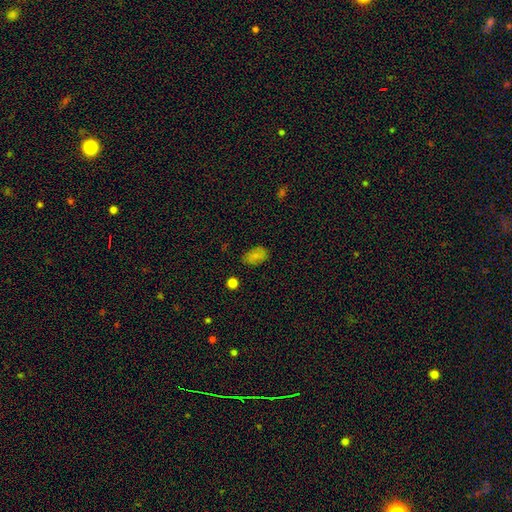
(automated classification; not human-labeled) Smooth or featured? smooth (80%)
How rounded? in between (90%)
Merging? none (81%)